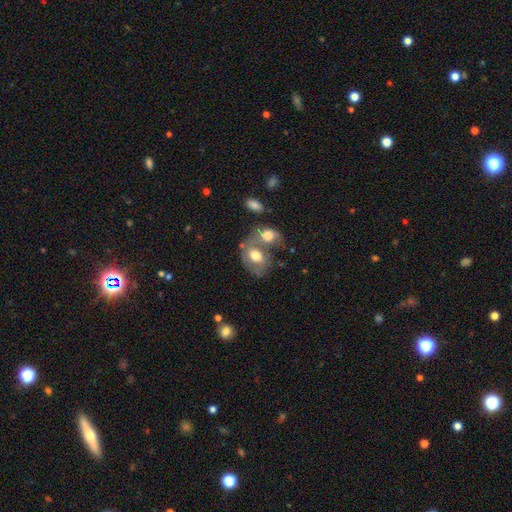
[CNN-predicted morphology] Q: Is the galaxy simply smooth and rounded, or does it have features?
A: smooth — 55%.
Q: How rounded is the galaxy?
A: in between — 70%.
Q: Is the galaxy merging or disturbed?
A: merger — 53%.